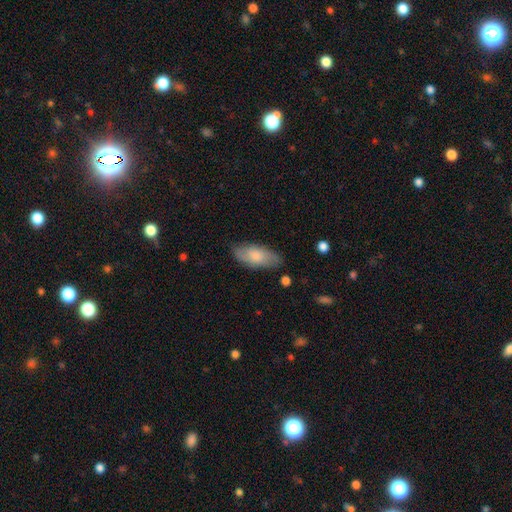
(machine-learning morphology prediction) type=smooth (76%); roundness=in between (88%); merging=none (77%).